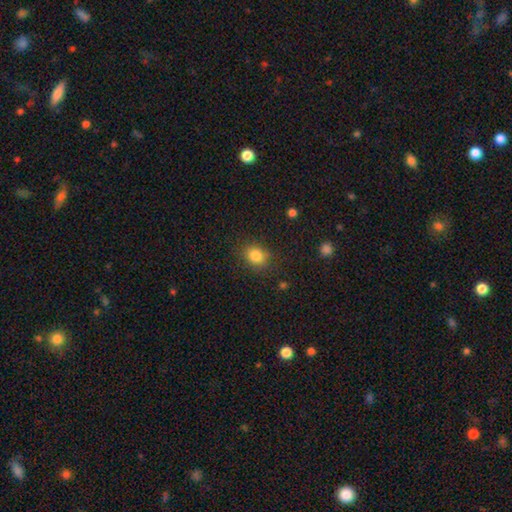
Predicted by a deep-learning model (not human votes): smooth 83%, star or artifact 12%, featured or disk 6%. Down the decision tree: how rounded — round (62%); merging — none (83%).